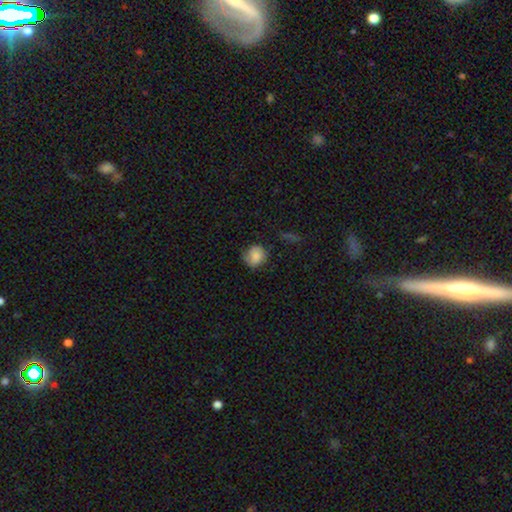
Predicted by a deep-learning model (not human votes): Overall: smooth (79%). How rounded: round (81%). Merging: none (67%).